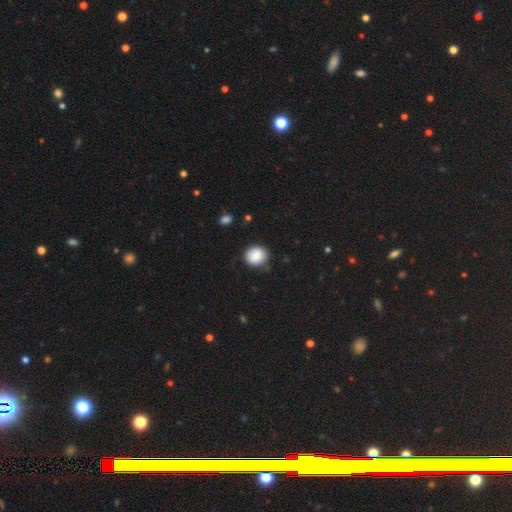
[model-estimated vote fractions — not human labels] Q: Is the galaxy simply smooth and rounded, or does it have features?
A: smooth — 87%.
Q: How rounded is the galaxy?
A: round — 84%.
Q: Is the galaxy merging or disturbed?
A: none — 82%.